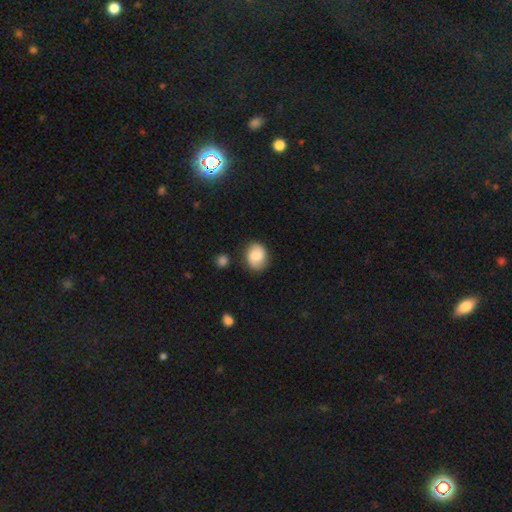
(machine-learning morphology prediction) smooth_or_featured: smooth (p=0.72) [alt: featured or disk p=0.20]
how_rounded: round (p=0.52) [alt: in between p=0.47]
merging: none (p=0.78) [alt: minor disturbance p=0.15]